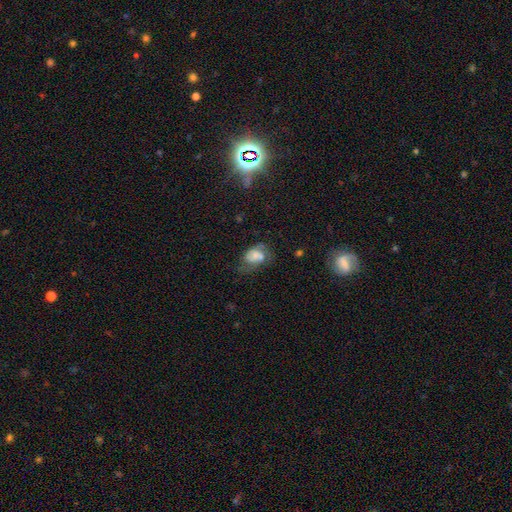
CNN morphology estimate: Smooth or featured? featured or disk (44%, tied with smooth)
Merging? none (36%)